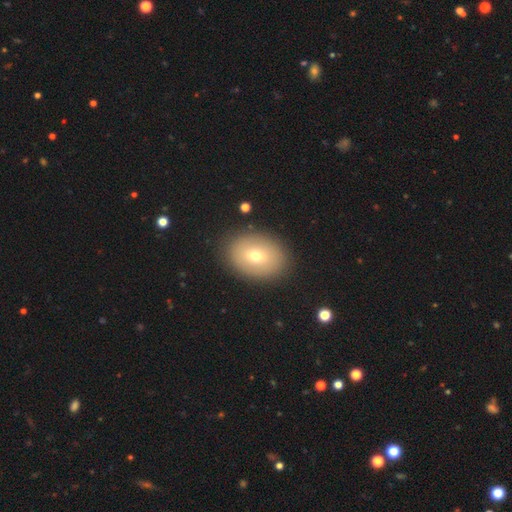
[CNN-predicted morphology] A smooth galaxy with no disk features (67%) that is in between round and cigar-shaped (68%).

Vote fractions:
- Smooth or featured? smooth: 67% / featured or disk: 24% / star or artifact: 10%
- How rounded? in between: 68% / round: 31% / cigar-shaped: 1%
- Merging? none: 87% / minor disturbance: 8% / major disturbance: 3% / merger: 1%